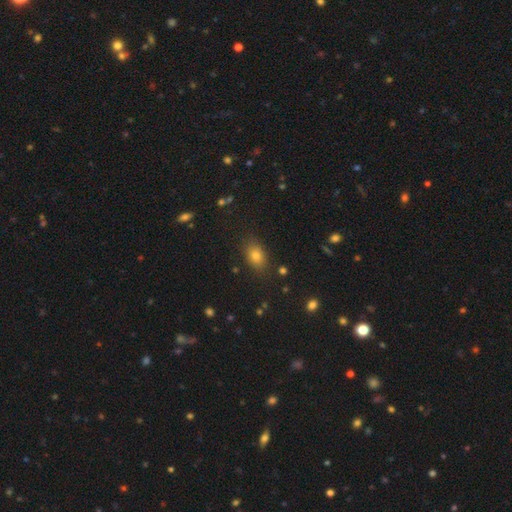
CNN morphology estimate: smooth 75%, star or artifact 16%, featured or disk 9%. Down the decision tree: how rounded — in between (76%); merging — none (84%).